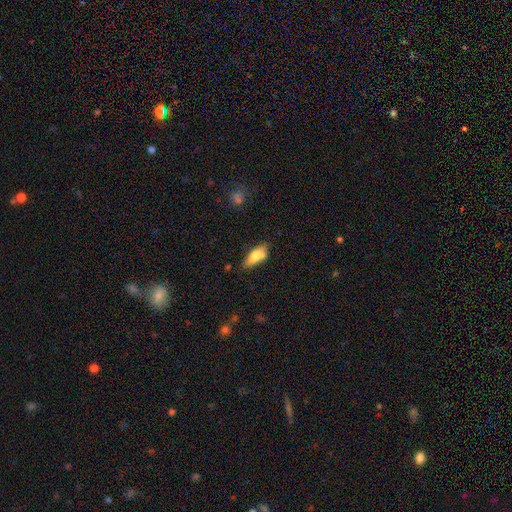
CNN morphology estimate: This appears to be a smooth galaxy with no disk features (73%) that is in between round and cigar-shaped (81%). Merging: none (58%).